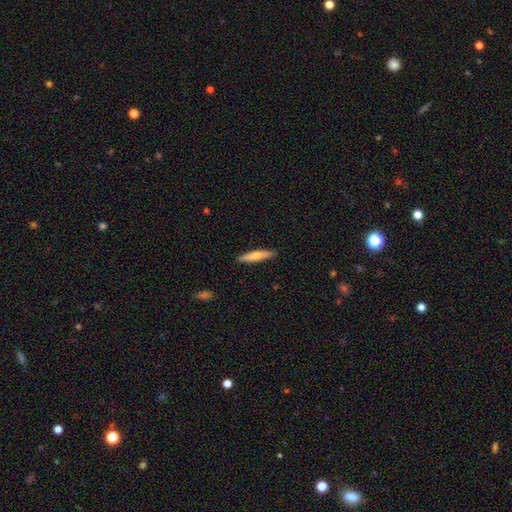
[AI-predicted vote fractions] This is likely a smooth galaxy (64%). How rounded: clearly cigar-shaped (88%). Merging: clearly none (90%).